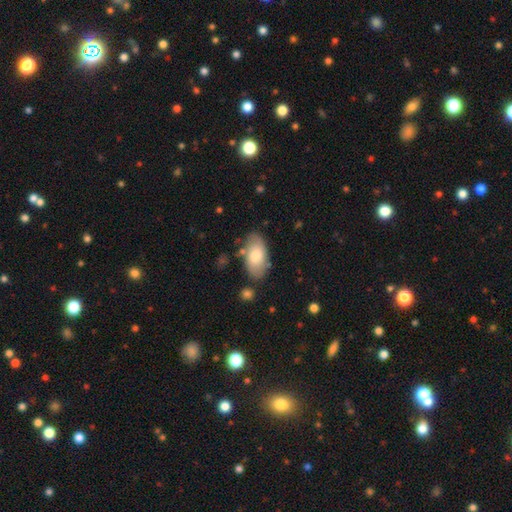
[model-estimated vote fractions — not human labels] The model was most divided on "smooth or featured": smooth: 74%, featured or disk: 20%, star or artifact: 6%. More confident: how rounded — in between (94%); merging — none (75%).